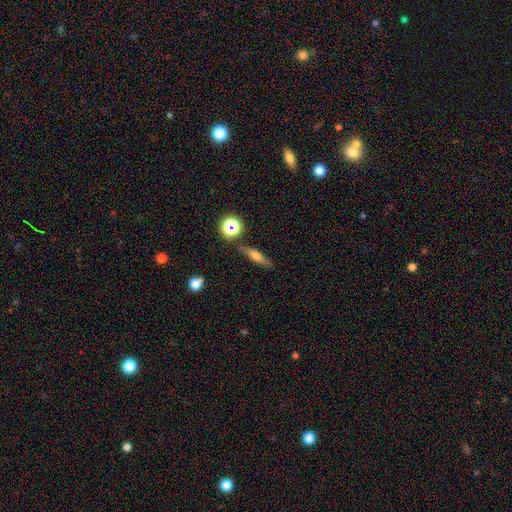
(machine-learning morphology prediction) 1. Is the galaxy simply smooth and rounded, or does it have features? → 47% smooth, 41% featured or disk, 12% star or artifact.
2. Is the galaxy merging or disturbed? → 83% none, 10% minor disturbance, 4% merger, 3% major disturbance.